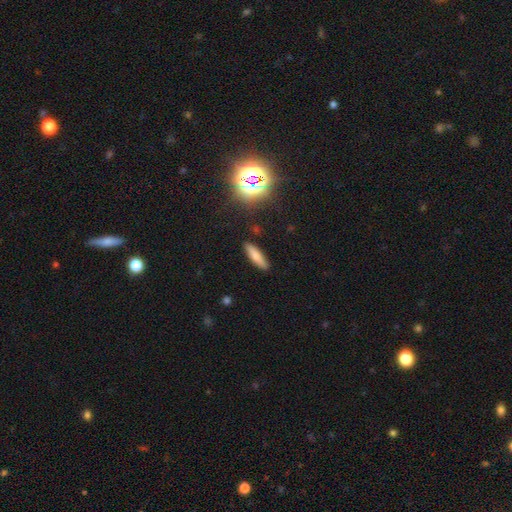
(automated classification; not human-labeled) Smooth or featured? Predicted: smooth (p=0.71). How rounded? Predicted: cigar-shaped (p=0.70). Merging? Predicted: none (p=0.88).